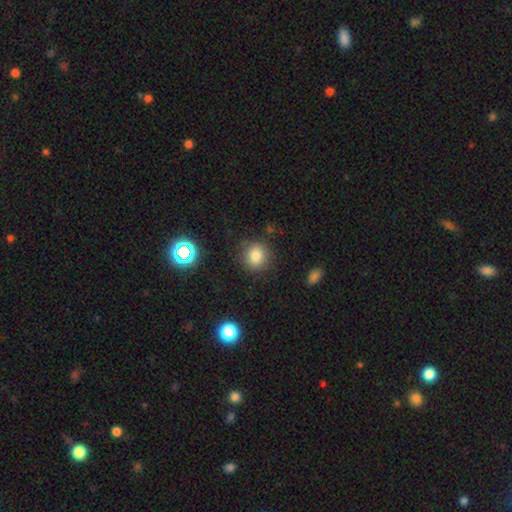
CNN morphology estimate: The model was most divided on "smooth or featured": smooth: 79%, star or artifact: 14%, featured or disk: 7%. More confident: how rounded — round (86%); merging — none (85%).